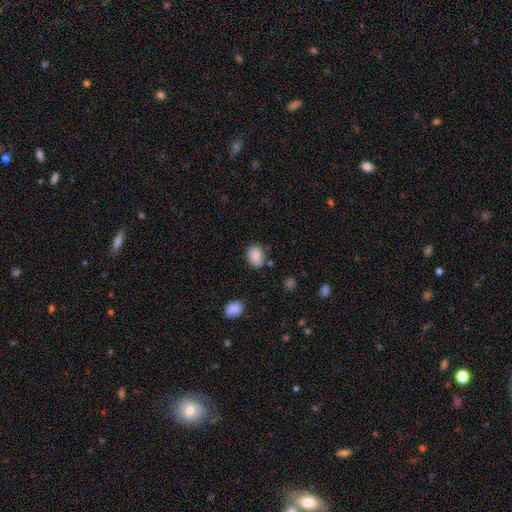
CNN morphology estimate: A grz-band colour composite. It shows a smooth galaxy with no disk features (84%) that is in between round and cigar-shaped (63%). Merging: none (76%).